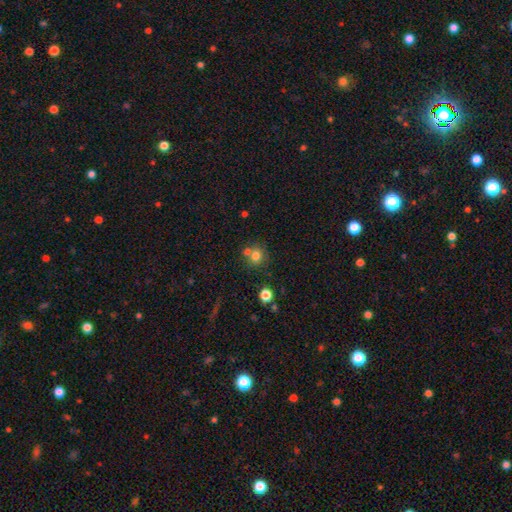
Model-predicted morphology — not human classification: Smooth or featured? Predicted: smooth (p=0.76). How rounded? Predicted: round (p=0.84). Merging? Predicted: none (p=0.59).